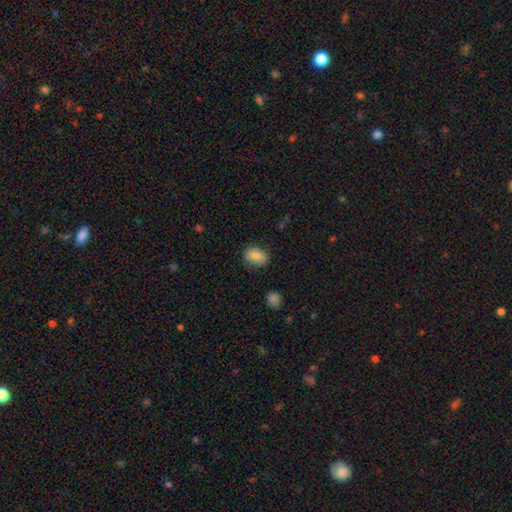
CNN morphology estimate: Smooth or featured? Predicted: smooth (p=0.83). How rounded? Predicted: in between (p=0.72). Merging? Predicted: none (p=0.83).